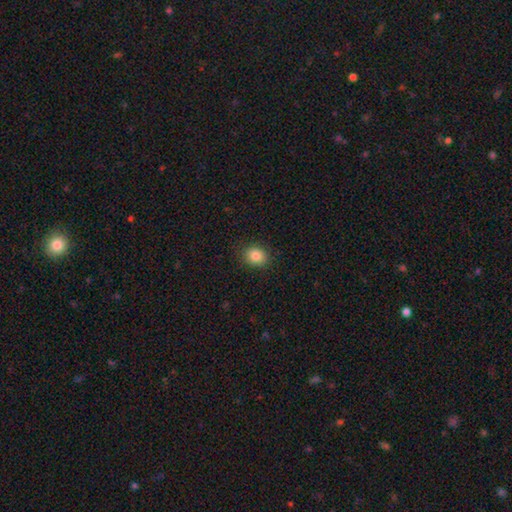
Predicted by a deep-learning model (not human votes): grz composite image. It shows a smooth galaxy with no disk features (85%) that is round (55%). Merging: none (87%).